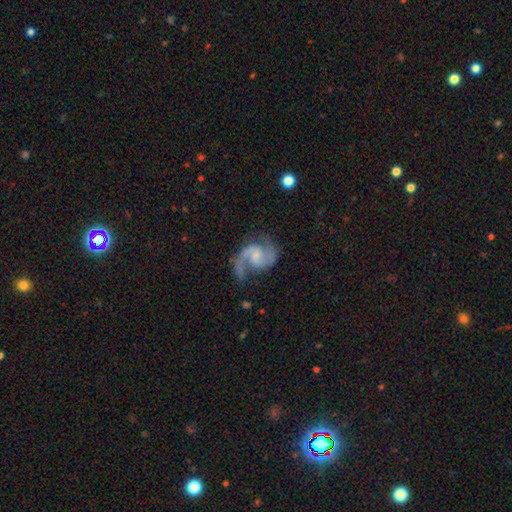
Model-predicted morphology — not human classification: A featured or disk galaxy (90%) with no bar (47%), 2 (91%) medium (55%) spiral arms (98%) and a small central bulge (46%). Merging: none (66%).